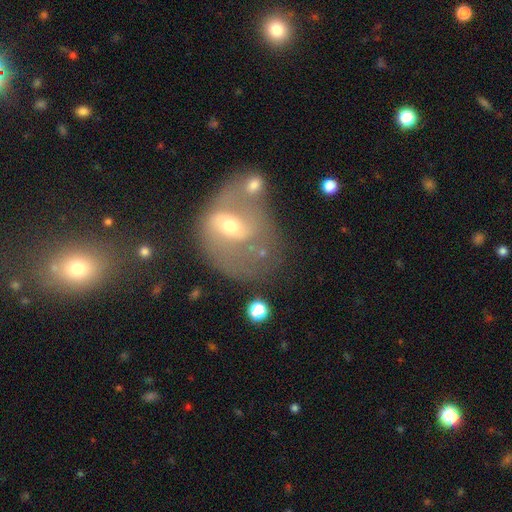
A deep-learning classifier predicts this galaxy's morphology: Smooth or featured: featured or disk — 59% (smooth — 24%)
Edge-on disk: no — 94% (yes — 6%)
Bar: weak — 44% (no — 36%)
Spiral arms: no — 51% (yes — 49%)
Bulge size: moderate — 52% (small — 40%)
Merging: none — 42% (merger — 21%)